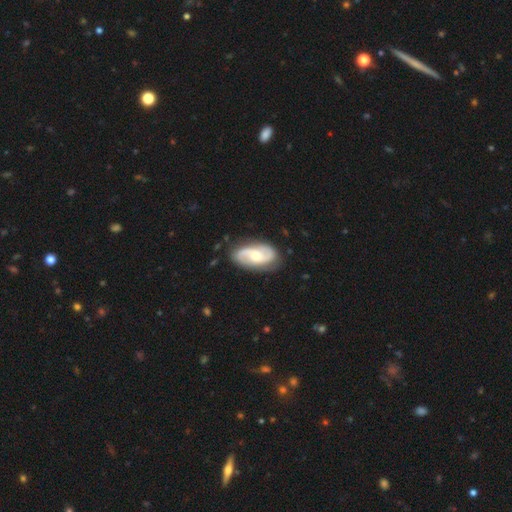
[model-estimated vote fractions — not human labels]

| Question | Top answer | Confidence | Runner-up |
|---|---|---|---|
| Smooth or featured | featured or disk | 82% | smooth (14%) |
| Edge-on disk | no | 96% | yes (4%) |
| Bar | no | 57% | weak (35%) |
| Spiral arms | yes | 95% | no (5%) |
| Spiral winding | medium | 45% | loose (33%) |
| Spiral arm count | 2 | 89% | can't tell (5%) |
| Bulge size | moderate | 59% | small (35%) |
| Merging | none | 83% | minor disturbance (12%) |